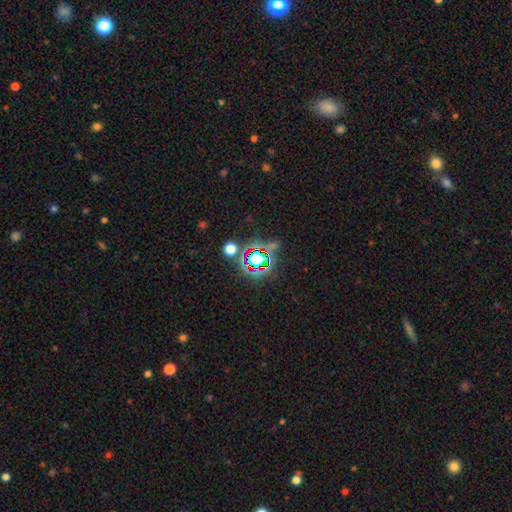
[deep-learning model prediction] Q: Smooth or featured?
A: star or artifact (76%); runner-up: smooth (15%)